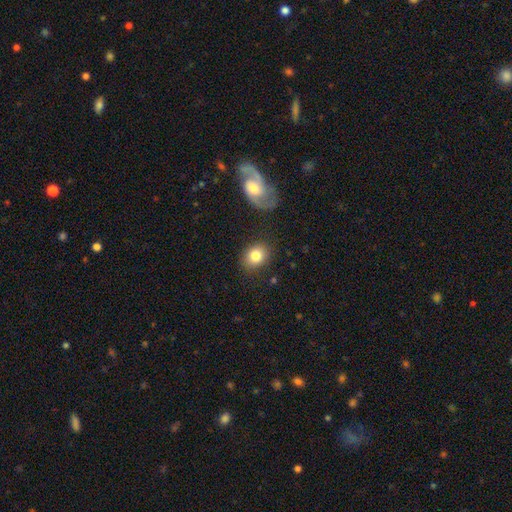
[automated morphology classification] This appears to be a smooth galaxy with no disk features (82%) that is in between round and cigar-shaped (54%). Merging: none (82%).